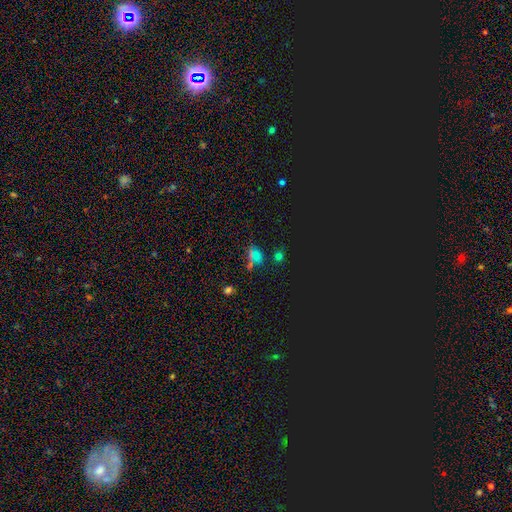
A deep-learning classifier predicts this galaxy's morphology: This is possibly a star or artifact rather than a galaxy (55%).